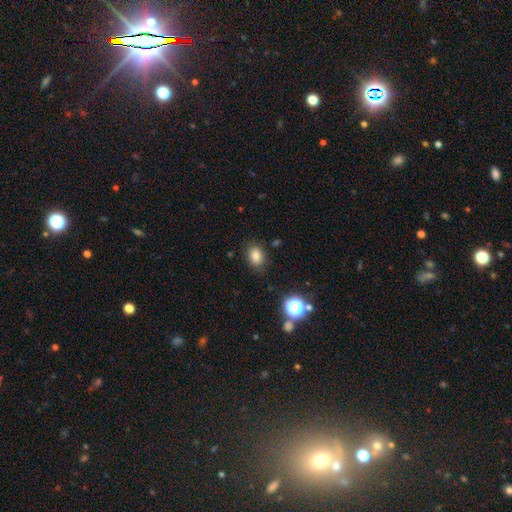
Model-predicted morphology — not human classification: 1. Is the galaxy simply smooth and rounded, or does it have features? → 82% smooth, 12% star or artifact, 6% featured or disk.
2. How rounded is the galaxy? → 68% in between, 31% round, 1% cigar-shaped.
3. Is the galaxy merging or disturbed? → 83% none, 12% minor disturbance, 3% major disturbance, 2% merger.